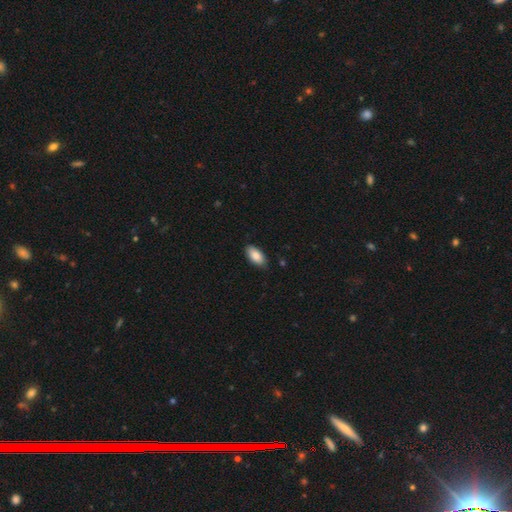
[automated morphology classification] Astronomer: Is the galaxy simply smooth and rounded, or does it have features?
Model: smooth — 86%.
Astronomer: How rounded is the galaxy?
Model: in between — 94%.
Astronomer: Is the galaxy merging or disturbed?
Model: none — 85%.